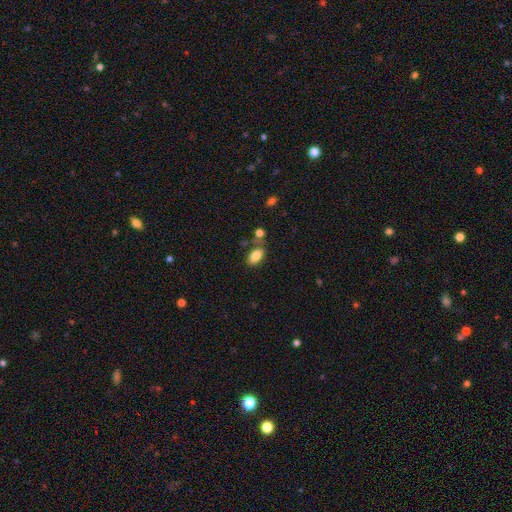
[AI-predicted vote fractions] smooth_or_featured: smooth (p=0.84) [alt: star or artifact p=0.08]
how_rounded: in between (p=0.92) [alt: round p=0.04]
merging: none (p=0.69) [alt: minor disturbance p=0.15]